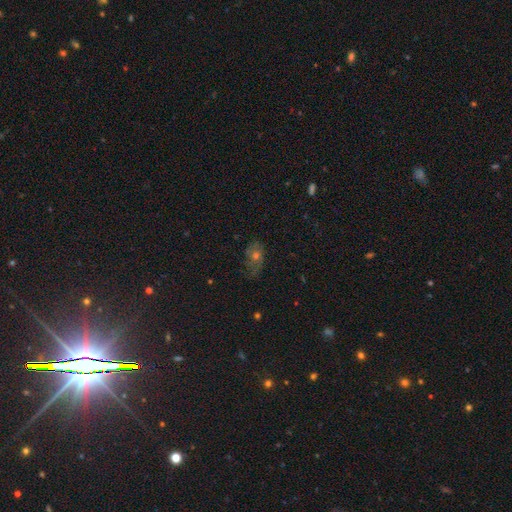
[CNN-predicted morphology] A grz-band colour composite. It shows a featured or disk galaxy (41%). Merging: none (59%).